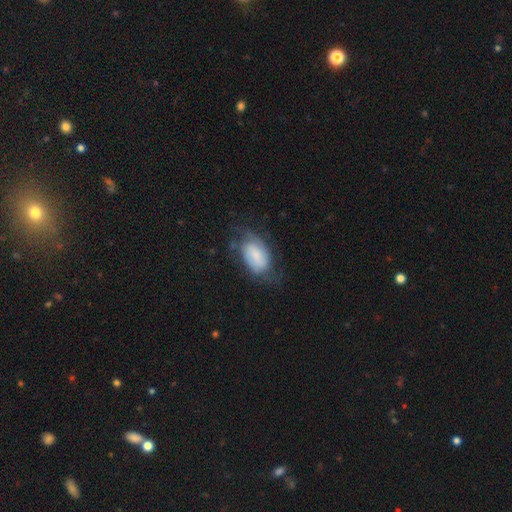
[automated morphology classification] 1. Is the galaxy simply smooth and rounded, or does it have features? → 53% smooth, 39% featured or disk, 8% star or artifact.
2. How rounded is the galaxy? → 91% in between, 8% round, 2% cigar-shaped.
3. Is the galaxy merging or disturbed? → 47% none, 29% minor disturbance, 22% major disturbance, 2% merger.